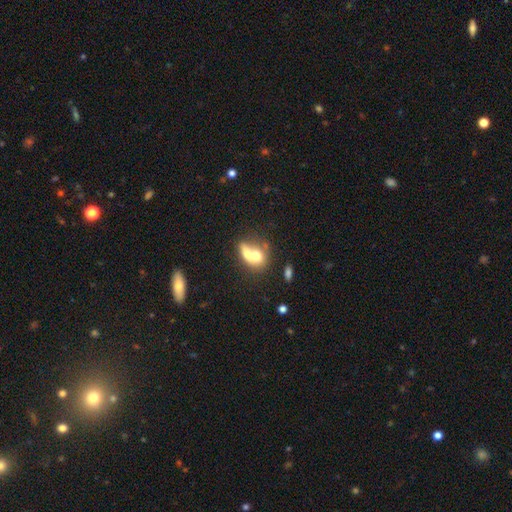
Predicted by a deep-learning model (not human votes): Smooth or featured: smooth — 64% (featured or disk — 27%)
How rounded: in between — 52% (round — 43%)
Merging: merger — 66% (none — 20%)